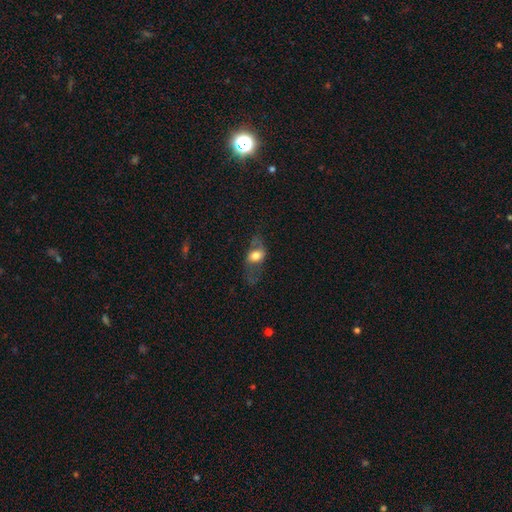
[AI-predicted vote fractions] This appears to be a smooth galaxy with no disk features (55%) that is in between round and cigar-shaped (73%). Merging: none (48%).